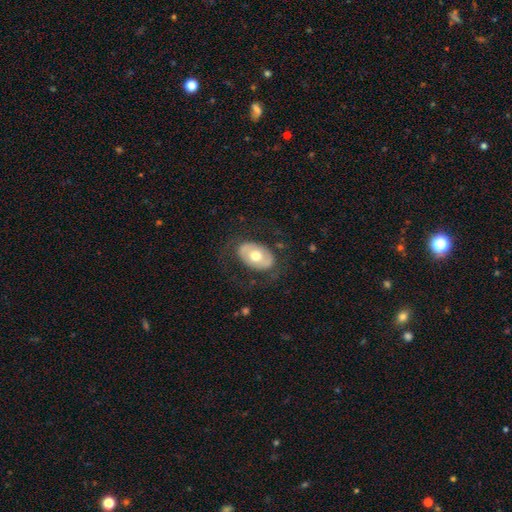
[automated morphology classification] This is possibly a smooth galaxy (48%). Merging: likely none (73%).